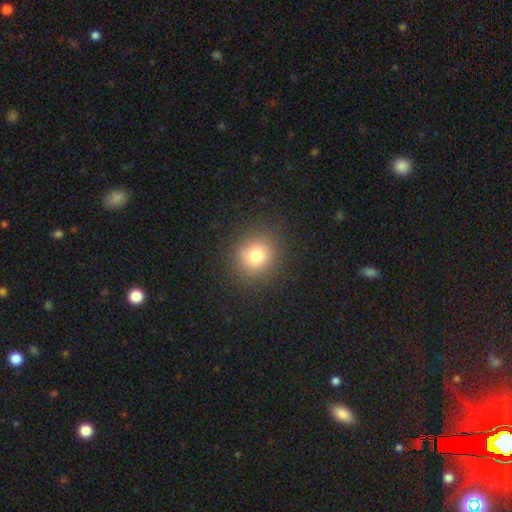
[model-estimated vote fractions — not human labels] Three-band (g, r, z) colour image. It shows a smooth galaxy with no disk features (77%) that is round (84%). Merging: none (89%).